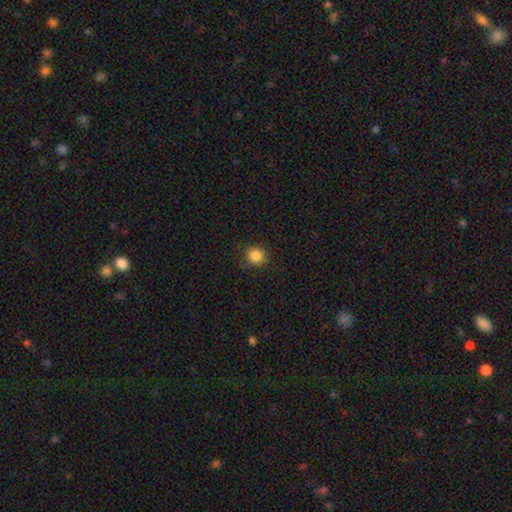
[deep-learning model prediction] smooth 85%, star or artifact 11%, featured or disk 5%. Down the decision tree: how rounded — round (88%); merging — none (87%).